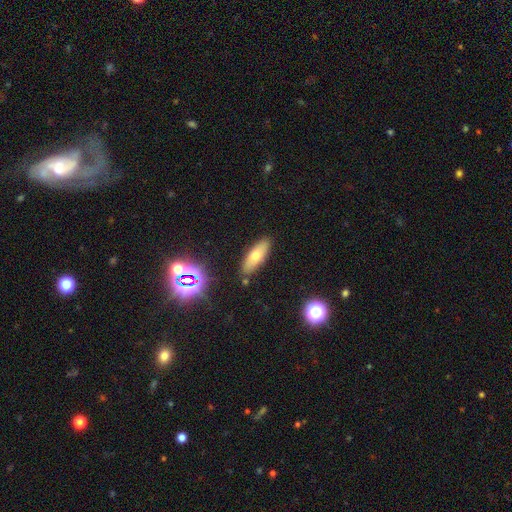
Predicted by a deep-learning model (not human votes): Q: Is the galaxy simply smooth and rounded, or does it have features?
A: smooth — 63%.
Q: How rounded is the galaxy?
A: in between — 61%.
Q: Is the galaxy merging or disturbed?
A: none — 86%.